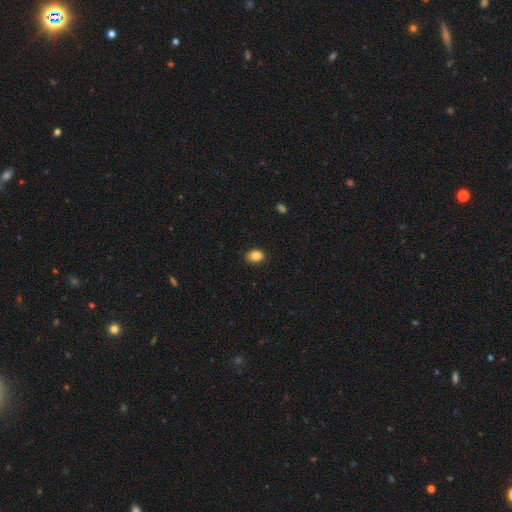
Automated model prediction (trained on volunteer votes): Smooth or featured?
  - smooth: 86% *
  - star or artifact: 9%
  - featured or disk: 5%
How rounded?
  - in between: 67% *
  - round: 32%
  - cigar-shaped: 1%
Merging?
  - none: 85% *
  - minor disturbance: 12%
  - major disturbance: 2%
  - merger: 1%